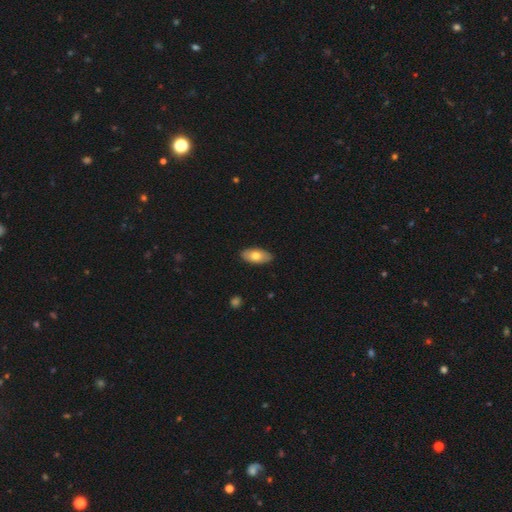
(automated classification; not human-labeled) This is likely a smooth galaxy (72%). How rounded: clearly in between (92%). Merging: clearly none (89%).